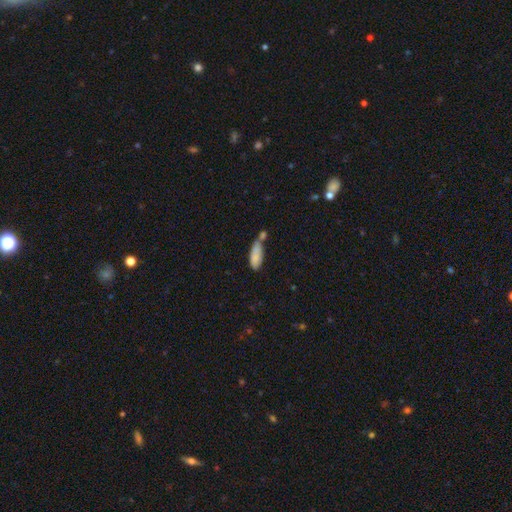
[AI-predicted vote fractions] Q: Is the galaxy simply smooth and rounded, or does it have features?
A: smooth — 83%.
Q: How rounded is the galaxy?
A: in between — 67%.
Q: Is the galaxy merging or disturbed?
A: none — 38%.